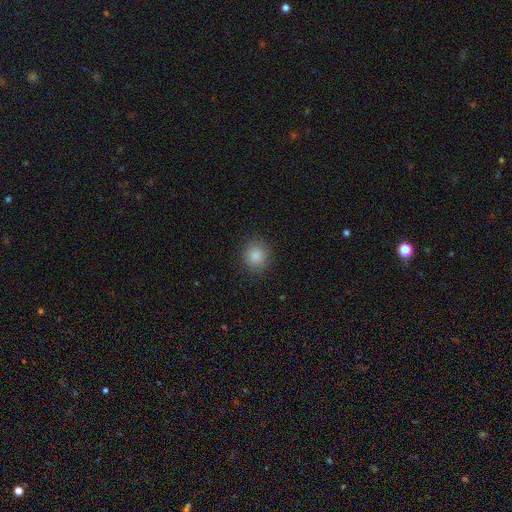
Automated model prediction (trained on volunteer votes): Smooth or featured? Predicted: smooth (p=0.86). How rounded? Predicted: round (p=0.85). Merging? Predicted: none (p=0.89).